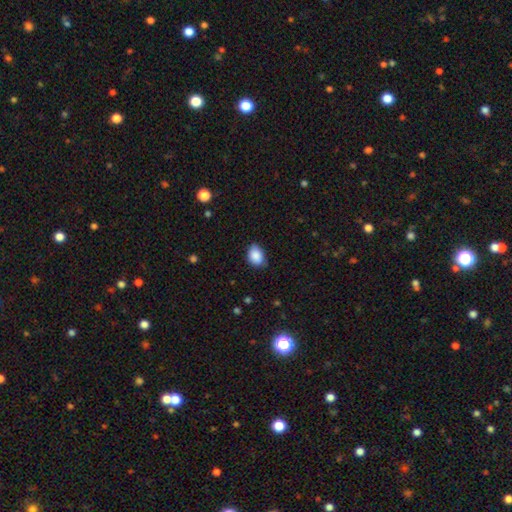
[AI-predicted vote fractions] A smooth galaxy with no disk features (88%) that is in between round and cigar-shaped (77%).

Vote fractions:
- Smooth or featured? smooth: 88% / star or artifact: 7% / featured or disk: 5%
- How rounded? in between: 77% / round: 22% / cigar-shaped: 1%
- Merging? none: 70% / minor disturbance: 25% / major disturbance: 4% / merger: 1%